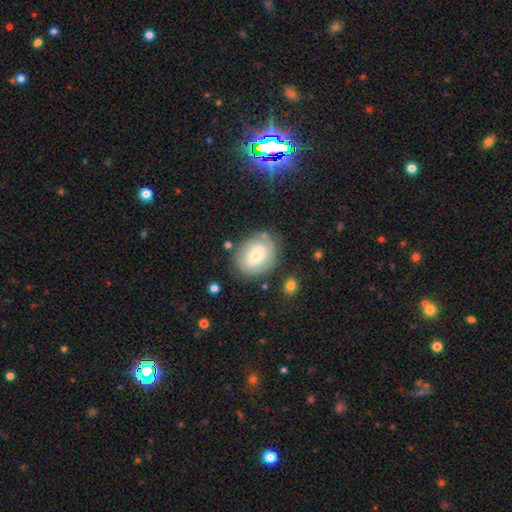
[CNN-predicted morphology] Smooth or featured?
  - smooth: 51% *
  - featured or disk: 41%
  - star or artifact: 7%
How rounded?
  - round: 51% *
  - in between: 48%
  - cigar-shaped: 1%
Merging?
  - none: 71% *
  - minor disturbance: 18%
  - major disturbance: 7%
  - merger: 4%